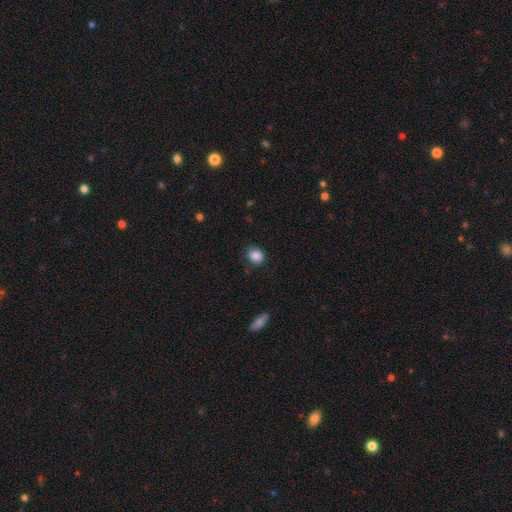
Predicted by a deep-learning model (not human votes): This is clearly a smooth galaxy (87%). How rounded: possibly round (58%). Merging: likely none (79%).